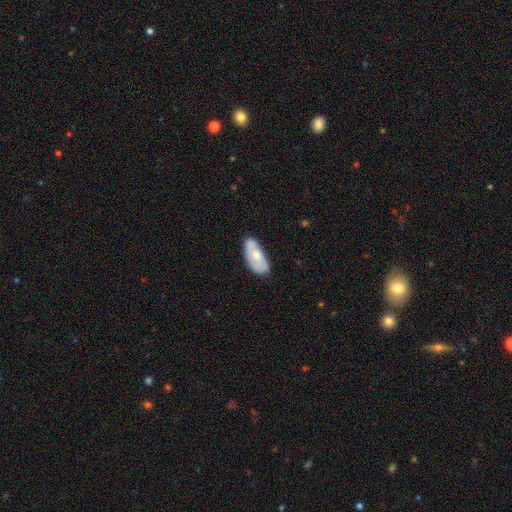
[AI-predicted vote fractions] The model was most divided on "smooth or featured": smooth: 64%, featured or disk: 30%, star or artifact: 6%. More confident: how rounded — in between (90%); merging — none (69%).